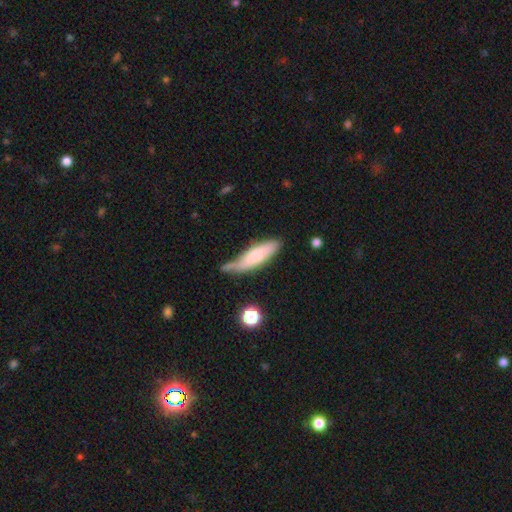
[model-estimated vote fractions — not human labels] Smooth or featured? smooth (71%)
How rounded? cigar-shaped (65%)
Merging? none (49%)